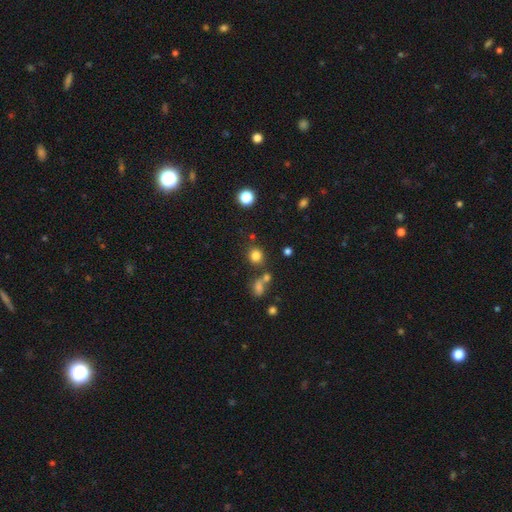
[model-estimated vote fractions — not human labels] smooth 80%, star or artifact 14%, featured or disk 6%. Down the decision tree: how rounded — round (81%); merging — none (75%).